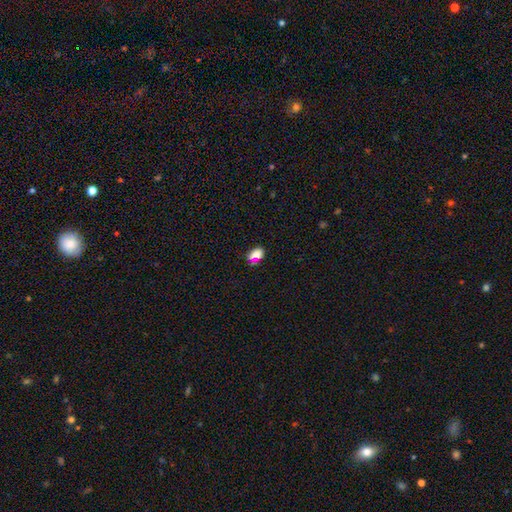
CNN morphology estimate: Q: Smooth or featured?
A: smooth (74%); runner-up: star or artifact (19%)
Q: How rounded?
A: in between (72%); runner-up: round (24%)
Q: Merging?
A: none (75%); runner-up: minor disturbance (15%)